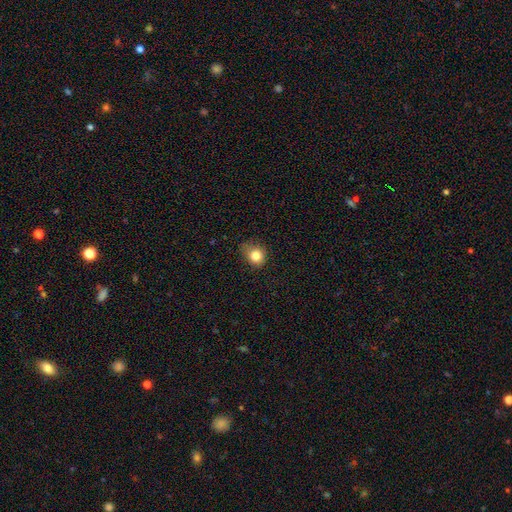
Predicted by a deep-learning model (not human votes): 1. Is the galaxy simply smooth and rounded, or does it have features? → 82% smooth, 12% star or artifact, 7% featured or disk.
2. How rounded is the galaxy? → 73% round, 26% in between, 1% cigar-shaped.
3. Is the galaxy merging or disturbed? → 67% none, 26% minor disturbance, 6% major disturbance, 1% merger.